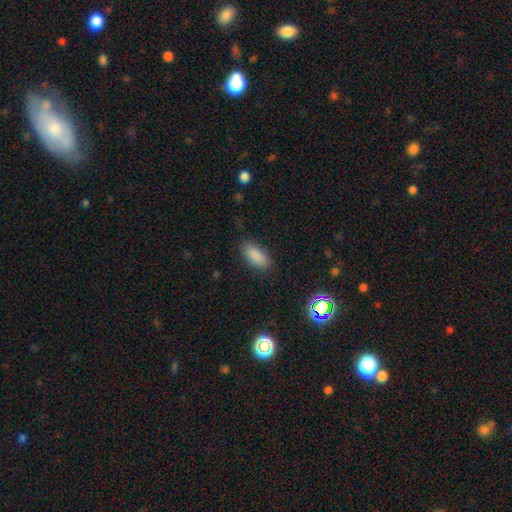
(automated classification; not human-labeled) Morphology: type=smooth (88%); roundness=in between (88%); merging=none (86%).